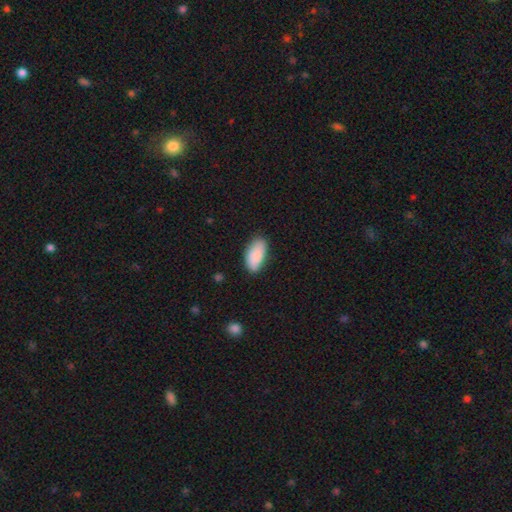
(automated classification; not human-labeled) Smooth or featured? smooth (87%)
How rounded? in between (92%)
Merging? none (78%)